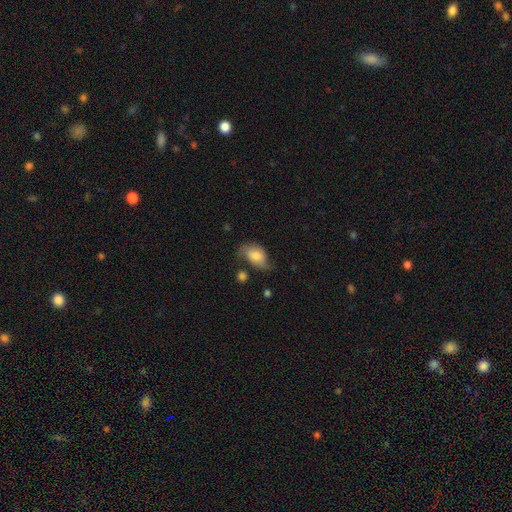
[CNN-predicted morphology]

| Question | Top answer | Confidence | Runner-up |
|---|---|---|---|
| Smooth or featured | smooth | 63% | featured or disk (29%) |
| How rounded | in between | 85% | round (13%) |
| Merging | none | 42% | minor disturbance (35%) |